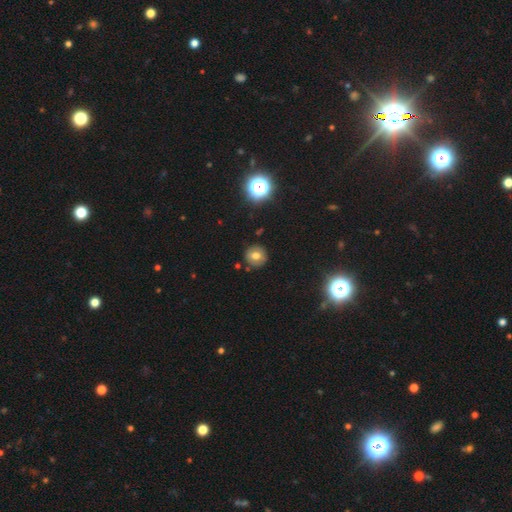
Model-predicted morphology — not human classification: Smooth or featured? smooth (66%)
How rounded? round (88%)
Merging? none (86%)